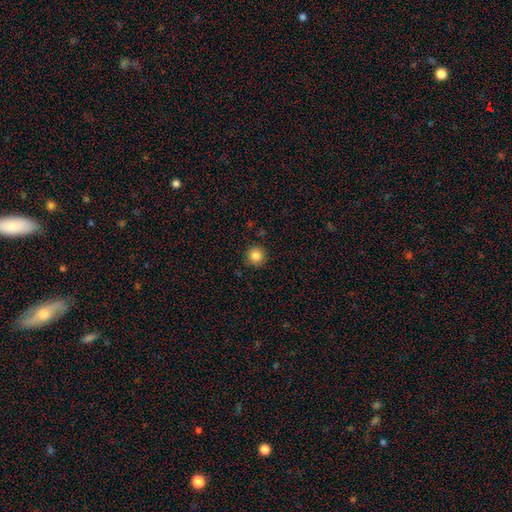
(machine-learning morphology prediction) smooth_or_featured: smooth (p=0.84) [alt: star or artifact p=0.10]
how_rounded: round (p=0.96) [alt: in between p=0.03]
merging: none (p=0.90) [alt: minor disturbance p=0.06]